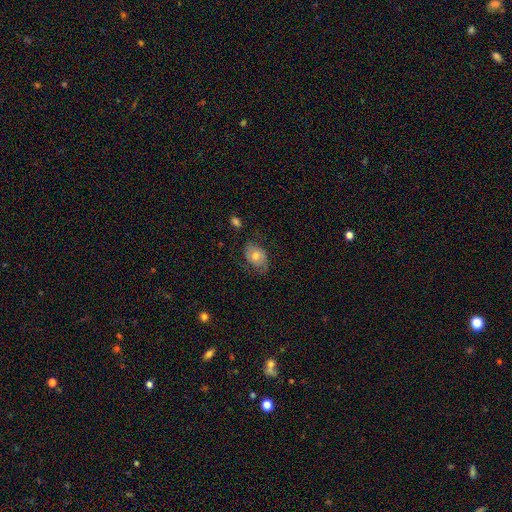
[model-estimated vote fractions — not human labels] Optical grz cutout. It shows a featured or disk galaxy (55%) with no bar (77%), spiral arms (80%) and a moderate central bulge (63%). Merging: none (63%).